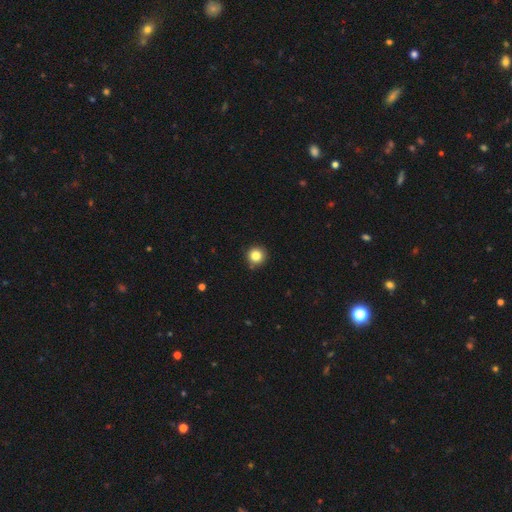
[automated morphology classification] The model was most divided on "smooth or featured": smooth: 84%, star or artifact: 11%, featured or disk: 4%. More confident: how rounded — round (95%); merging — none (87%).